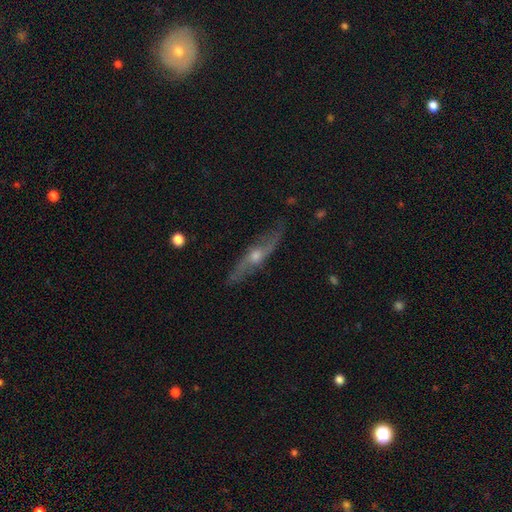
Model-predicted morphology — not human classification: Smooth or featured? featured or disk (76%)
Edge-on disk? yes (73%)
Edge-on bulge? rounded (90%)
Merging? none (82%)